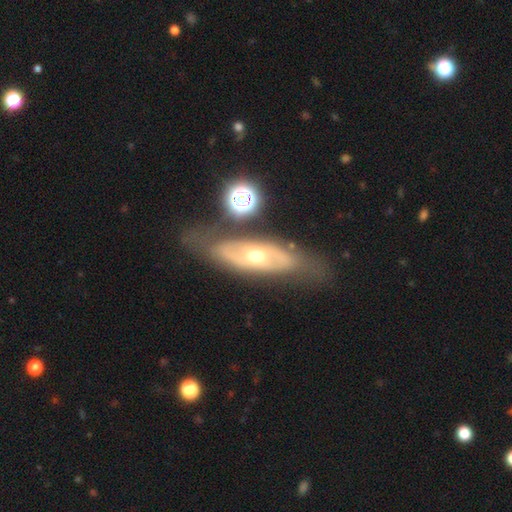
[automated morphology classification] A featured or disk galaxy (69%) with no bar (77%), no spiral arms (57%) and a moderate central bulge (59%).

Vote fractions:
- Smooth or featured? featured or disk: 69% / smooth: 23% / star or artifact: 7%
- Edge-on disk? no: 77% / yes: 23%
- Bar? no: 77% / weak: 16% / strong: 8%
- Spiral arms? no: 57% / yes: 43%
- Bulge size? moderate: 59% / small: 35% / large: 4% / dominant: 1% / none: 1%
- Merging? none: 73% / minor disturbance: 15% / major disturbance: 7% / merger: 5%